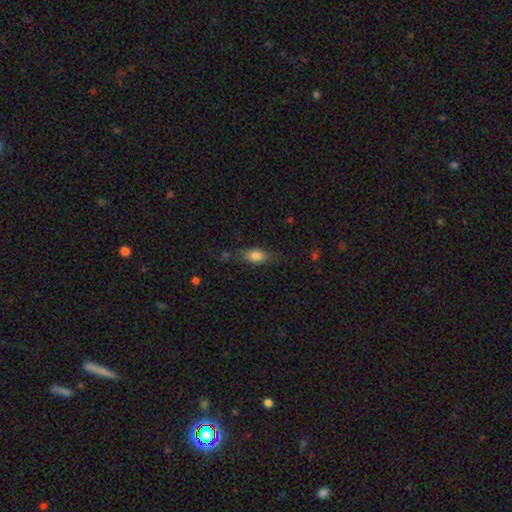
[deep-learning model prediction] This appears to be a smooth galaxy with no disk features (78%) that is in between round and cigar-shaped (80%). Merging: none (70%).